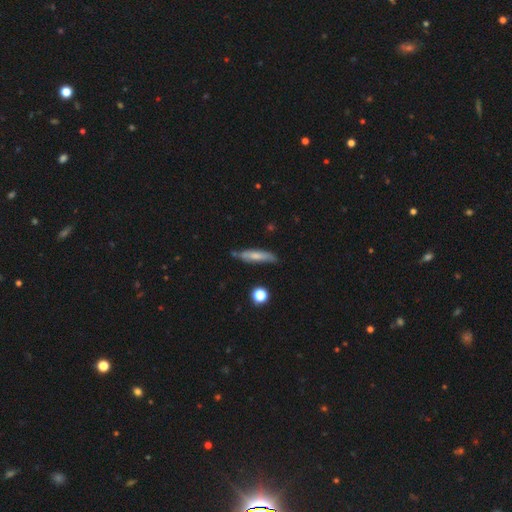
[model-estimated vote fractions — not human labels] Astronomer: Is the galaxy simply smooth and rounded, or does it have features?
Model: smooth — 61%.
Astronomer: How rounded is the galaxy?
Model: cigar-shaped — 75%.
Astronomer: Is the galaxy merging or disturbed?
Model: none — 68%.